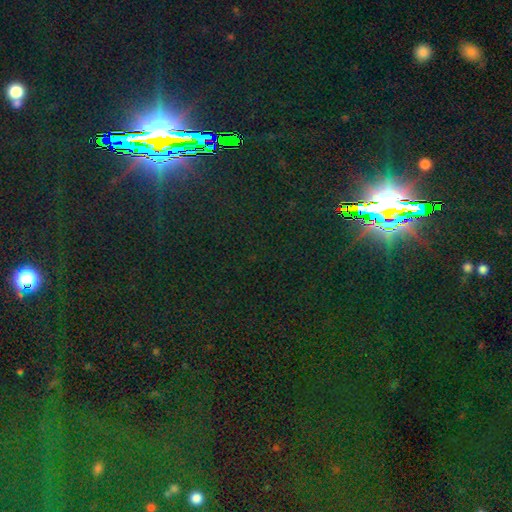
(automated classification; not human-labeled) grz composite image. It shows a star or artifact, not a galaxy (84%).